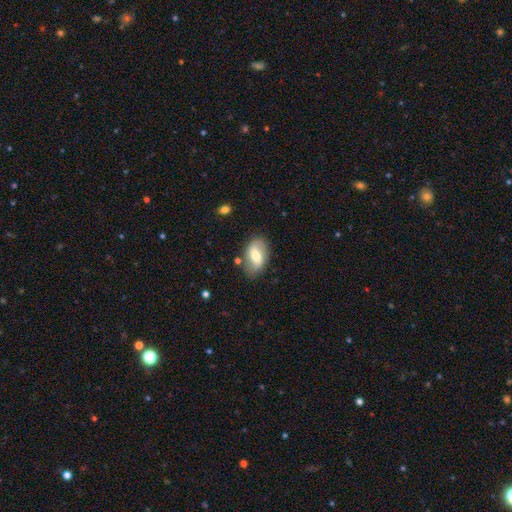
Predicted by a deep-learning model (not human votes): Morphology: type=smooth (53%); roundness=in between (89%); merging=none (77%).